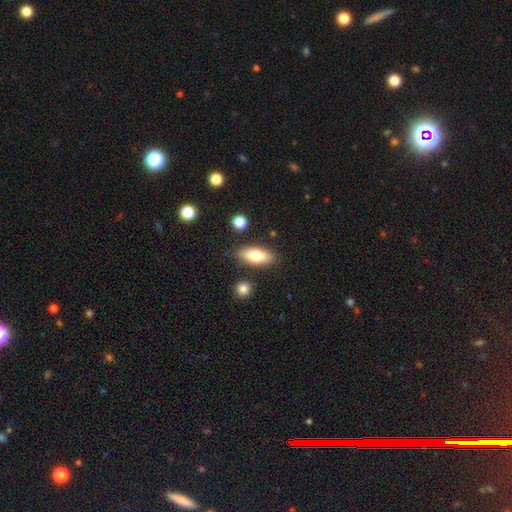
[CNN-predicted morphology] type=smooth (73%); roundness=in between (76%); merging=none (83%).